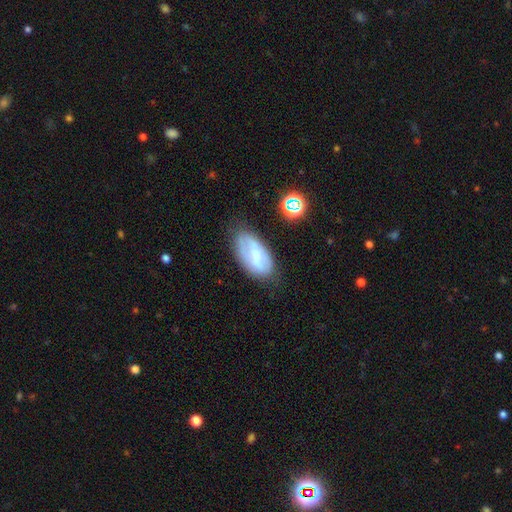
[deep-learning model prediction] smooth-or-featured: smooth: 49% | featured or disk: 42% | star or artifact: 9%
  merging: none: 63% | minor disturbance: 26% | major disturbance: 9% | merger: 3%